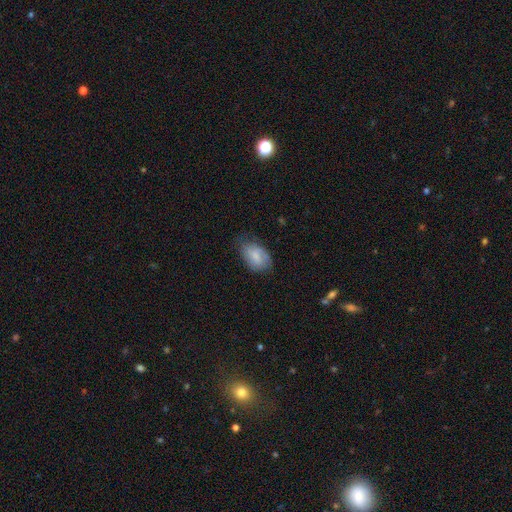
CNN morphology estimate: smooth_or_featured: smooth (p=0.73) [alt: featured or disk p=0.20]
how_rounded: in between (p=0.89) [alt: round p=0.10]
merging: none (p=0.59) [alt: minor disturbance p=0.31]